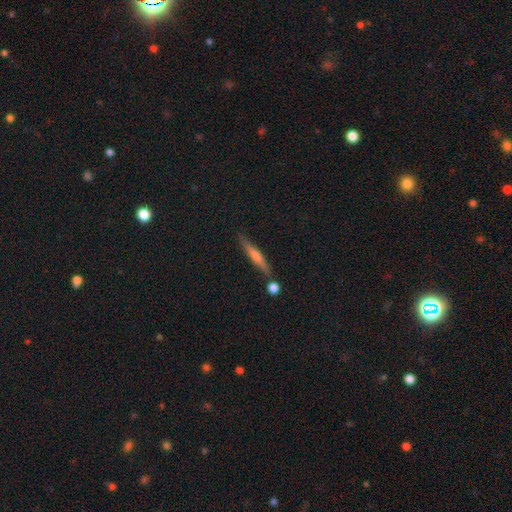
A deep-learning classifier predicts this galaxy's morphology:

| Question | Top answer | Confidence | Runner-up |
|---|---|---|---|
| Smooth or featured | featured or disk | 49% | smooth (43%) |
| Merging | none | 81% | minor disturbance (10%) |